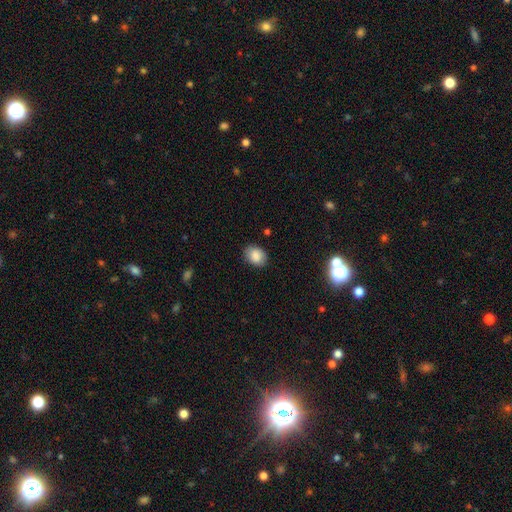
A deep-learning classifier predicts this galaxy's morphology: The model was most divided on "how rounded": in between: 68%, round: 31%, cigar-shaped: 1%. More confident: smooth or featured — smooth (86%); merging — none (83%).